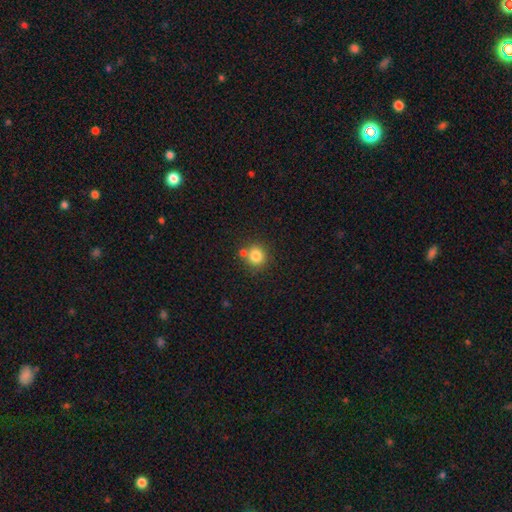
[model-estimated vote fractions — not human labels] A smooth galaxy with no disk features (82%) that is round (89%). Merging: none (68%).